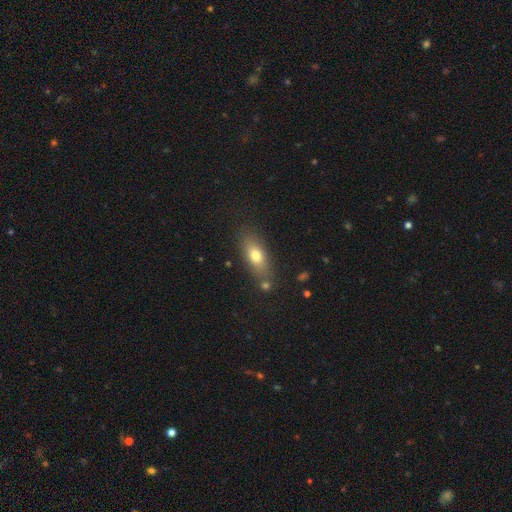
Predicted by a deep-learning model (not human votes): smooth 73%, featured or disk 18%, star or artifact 9%. Down the decision tree: how rounded — in between (76%); merging — none (75%).